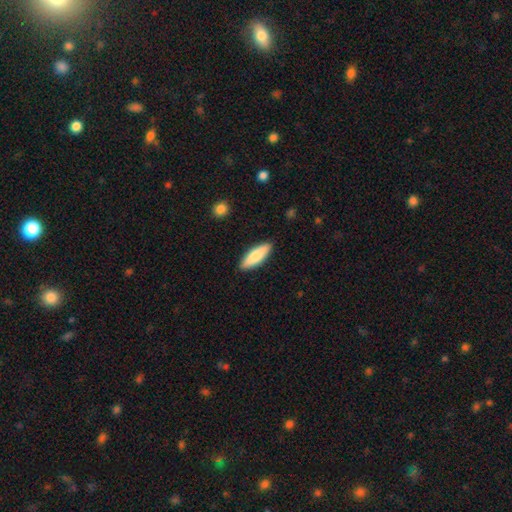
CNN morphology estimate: Smooth or featured? smooth (78%)
How rounded? cigar-shaped (50%)
Merging? none (89%)